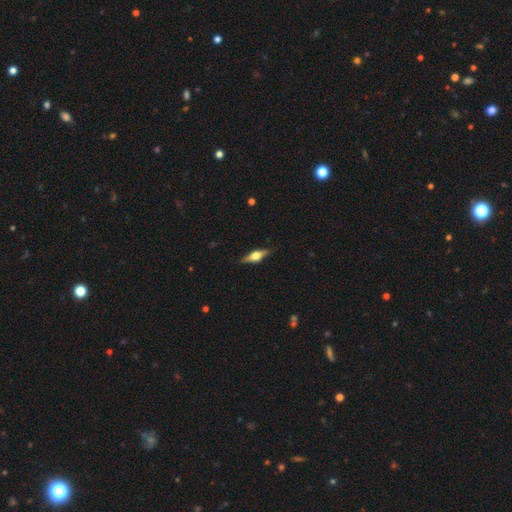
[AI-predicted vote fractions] featured or disk 66%, smooth 28%, star or artifact 6%. Down the decision tree: edge-on disk — yes (95%); edge-on bulge — rounded (93%); merging — none (87%).